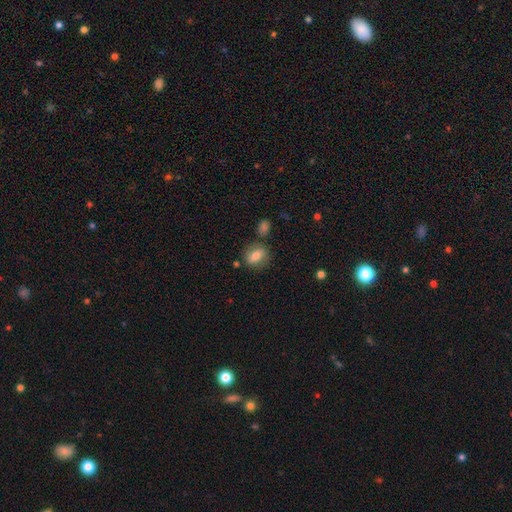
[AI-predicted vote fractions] smooth-or-featured: smooth: 73% | featured or disk: 19% | star or artifact: 8%
  how-rounded: in between: 60% | round: 37% | cigar-shaped: 3%
  merging: none: 73% | minor disturbance: 15% | merger: 7% | major disturbance: 5%